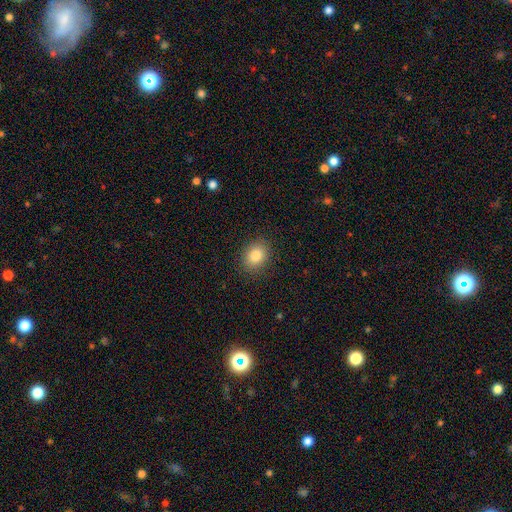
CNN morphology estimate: A smooth galaxy with no disk features (84%) that is in between round and cigar-shaped (52%). Merging: none (88%).